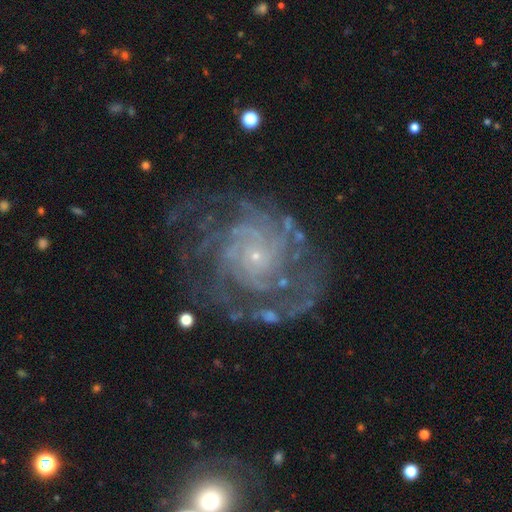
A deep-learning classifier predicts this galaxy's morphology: Smooth or featured: featured or disk — 87% (star or artifact — 7%)
Edge-on disk: no — 98% (yes — 2%)
Bar: no — 80% (weak — 15%)
Spiral arms: yes — 95% (no — 5%)
Spiral winding: tight — 65% (medium — 28%)
Spiral arm count: can't tell — 29% (4 — 19%)
Bulge size: small — 87% (moderate — 6%)
Merging: none — 67% (minor disturbance — 17%)